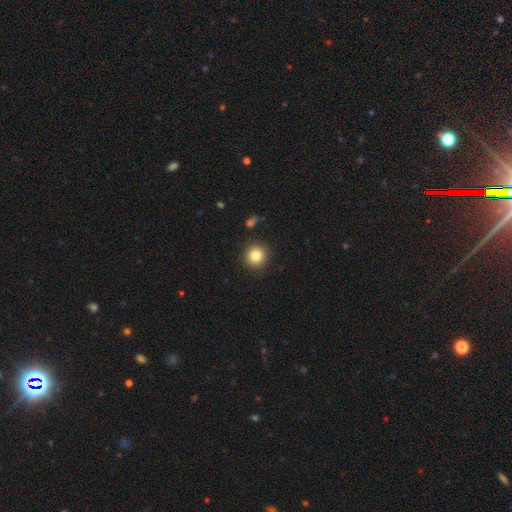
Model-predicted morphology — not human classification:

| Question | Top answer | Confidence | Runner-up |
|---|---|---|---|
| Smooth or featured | smooth | 83% | star or artifact (10%) |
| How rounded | round | 93% | in between (6%) |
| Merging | none | 89% | minor disturbance (6%) |